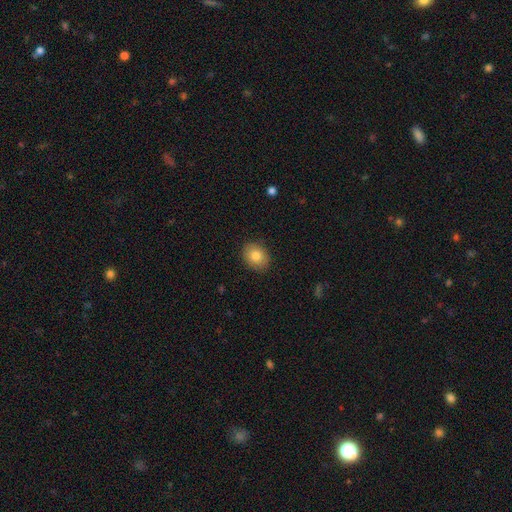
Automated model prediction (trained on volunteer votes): This appears to be a smooth galaxy with no disk features (82%) that is in between round and cigar-shaped (51%). Merging: none (89%).